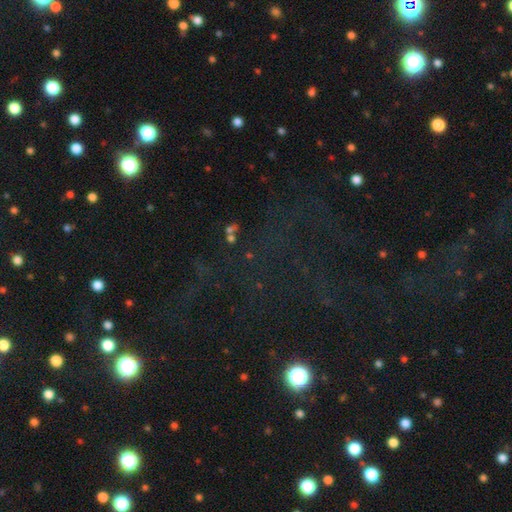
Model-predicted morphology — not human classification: Smooth or featured? star or artifact (71%)